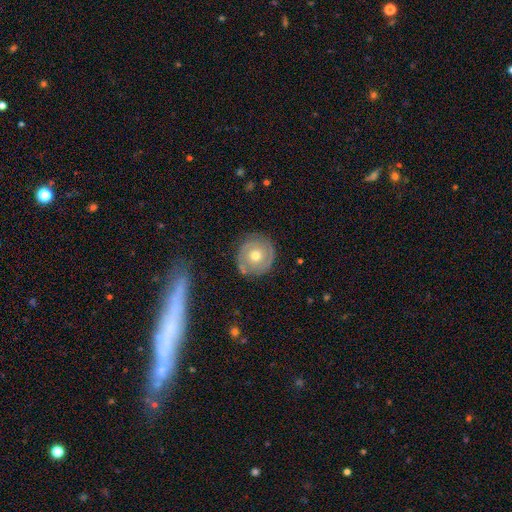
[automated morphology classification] Overall: featured or disk (60%; smooth 33%). Edge-on disk: no (97%). Bar: no (82%). Spiral arms: yes (74%). Bulge size: moderate (71%). Merging: none (80%).